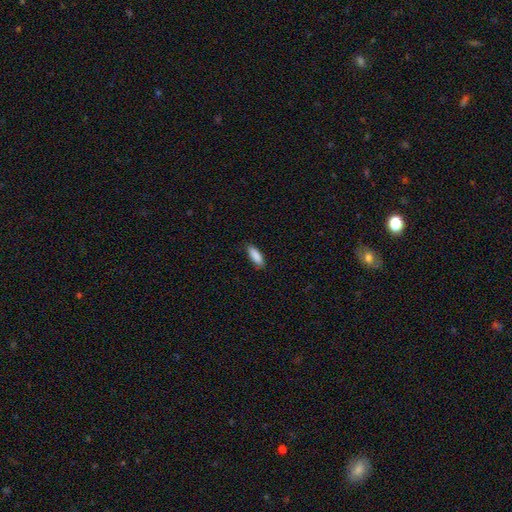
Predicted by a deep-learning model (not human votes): A smooth galaxy with no disk features (90%) that is in between round and cigar-shaped (68%).

Vote fractions:
- Smooth or featured? smooth: 90% / star or artifact: 6% / featured or disk: 4%
- How rounded? in between: 68% / cigar-shaped: 31% / round: 2%
- Merging? none: 87% / minor disturbance: 10% / major disturbance: 2% / merger: 1%